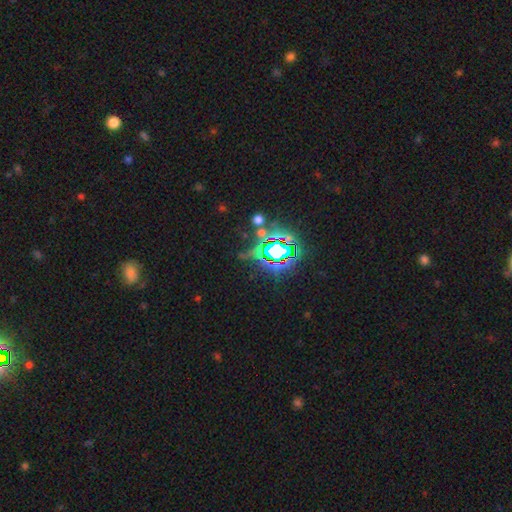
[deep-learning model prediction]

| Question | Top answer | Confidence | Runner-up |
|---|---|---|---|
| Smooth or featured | star or artifact | 78% | smooth (14%) |